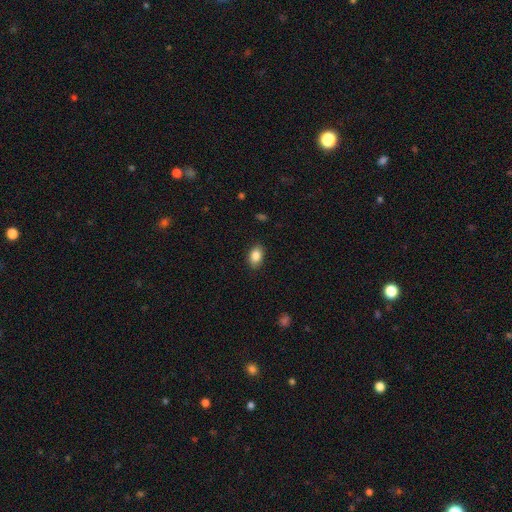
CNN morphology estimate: smooth 87%, star or artifact 8%, featured or disk 6%. Down the decision tree: how rounded — in between (85%); merging — none (87%).